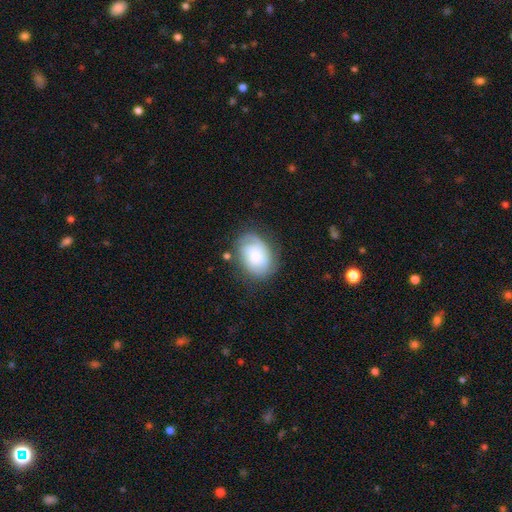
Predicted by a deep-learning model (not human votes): featured or disk 49%, smooth 43%, star or artifact 8%. Down the decision tree: merging — none (64%).